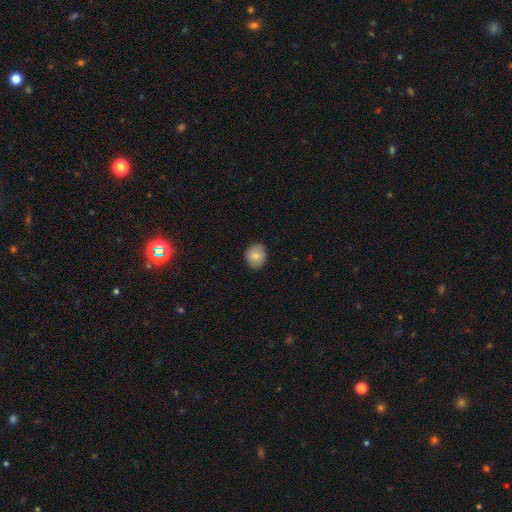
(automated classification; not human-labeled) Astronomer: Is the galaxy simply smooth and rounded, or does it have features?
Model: smooth — 82%.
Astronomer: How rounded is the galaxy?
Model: round — 72%.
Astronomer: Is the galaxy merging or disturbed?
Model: none — 85%.